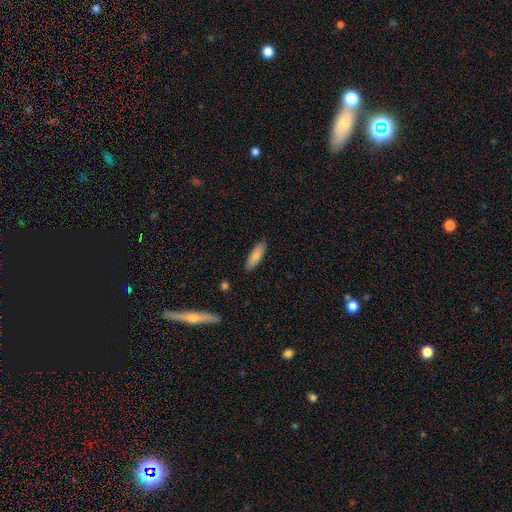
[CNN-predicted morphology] smooth_or_featured: smooth (p=0.83) [alt: featured or disk p=0.11]
how_rounded: in between (p=0.50) [alt: cigar-shaped p=0.48]
merging: none (p=0.88) [alt: minor disturbance p=0.09]